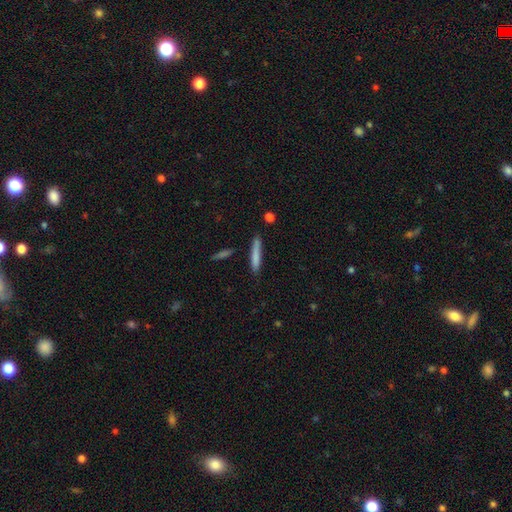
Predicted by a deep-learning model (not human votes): Q: Smooth or featured?
A: smooth (78%); runner-up: featured or disk (16%)
Q: How rounded?
A: cigar-shaped (93%); runner-up: in between (6%)
Q: Merging?
A: none (80%); runner-up: minor disturbance (13%)